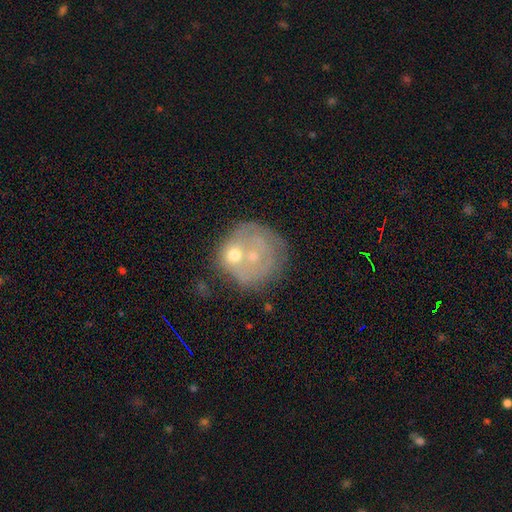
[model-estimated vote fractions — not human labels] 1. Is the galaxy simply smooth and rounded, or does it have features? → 53% featured or disk, 36% smooth, 11% star or artifact.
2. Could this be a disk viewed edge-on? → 97% no, 3% yes.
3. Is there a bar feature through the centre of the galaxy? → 85% no, 12% weak, 3% strong.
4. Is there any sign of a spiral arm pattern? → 63% no, 37% yes.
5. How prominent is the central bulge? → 54% small, 36% moderate, 6% none, 2% large, 1% dominant.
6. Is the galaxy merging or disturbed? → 49% none, 27% merger, 14% minor disturbance, 9% major disturbance.